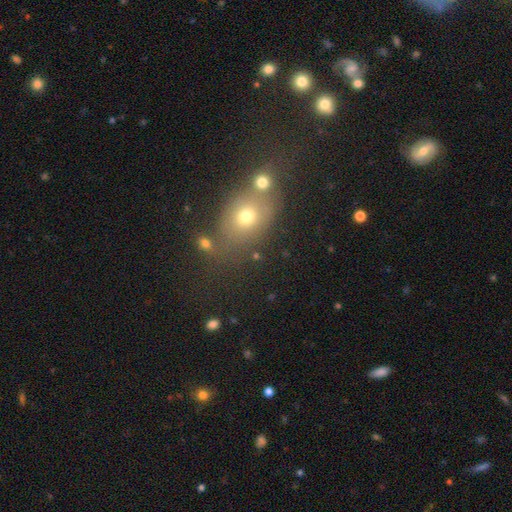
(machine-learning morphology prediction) Smooth or featured? smooth (62%)
How rounded? in between (54%)
Merging? none (57%)